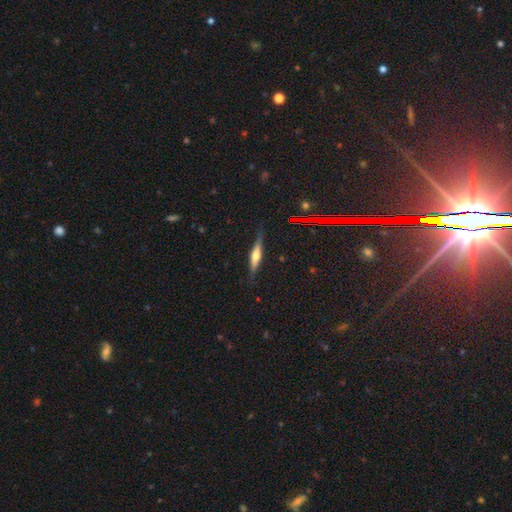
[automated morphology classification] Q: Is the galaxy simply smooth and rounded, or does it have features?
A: featured or disk — 62%.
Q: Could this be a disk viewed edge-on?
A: yes — 96%.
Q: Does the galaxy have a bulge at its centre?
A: rounded — 87%.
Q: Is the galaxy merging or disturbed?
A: none — 86%.